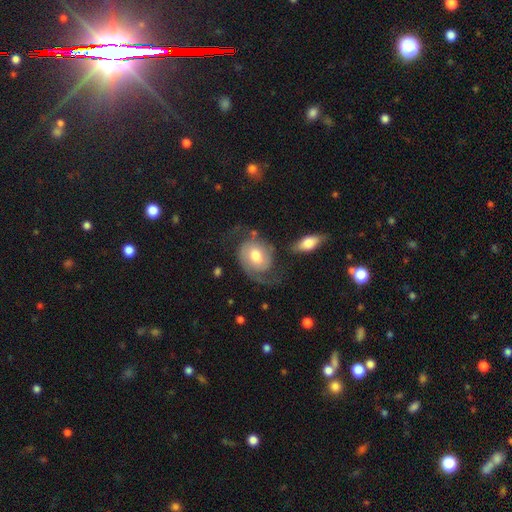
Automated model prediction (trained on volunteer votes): A featured or disk galaxy (74%) with no bar (56%), 2 (78%) medium (44%) spiral arms (92%) and a moderate central bulge (67%). Merging: none (53%).